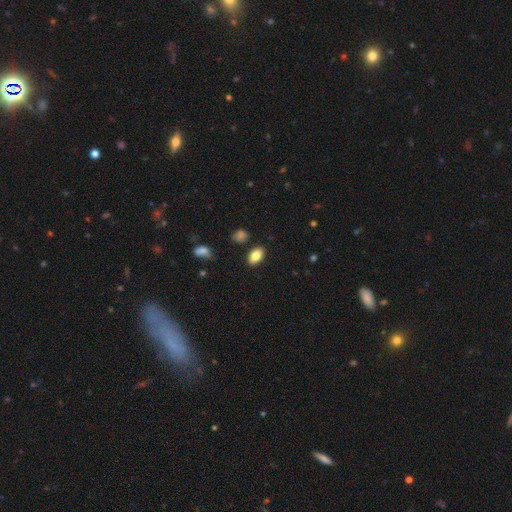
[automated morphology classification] A smooth galaxy with no disk features (84%) that is in between round and cigar-shaped (90%).

Vote fractions:
- Smooth or featured? smooth: 84% / star or artifact: 8% / featured or disk: 8%
- How rounded? in between: 90% / round: 8% / cigar-shaped: 2%
- Merging? none: 86% / minor disturbance: 9% / merger: 2% / major disturbance: 2%